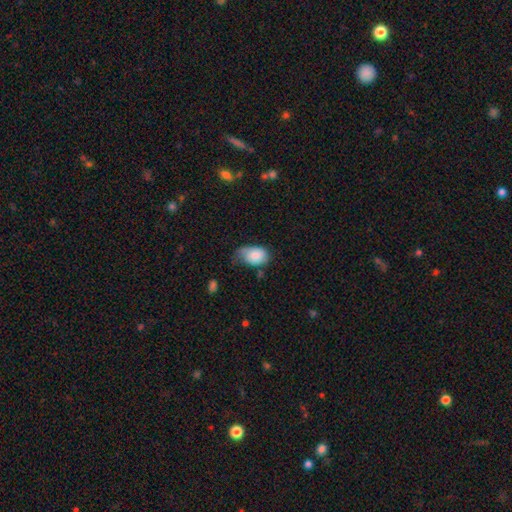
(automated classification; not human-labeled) A smooth galaxy with no disk features (78%) that is in between round and cigar-shaped (85%).

Vote fractions:
- Smooth or featured? smooth: 78% / featured or disk: 15% / star or artifact: 7%
- How rounded? in between: 85% / round: 14% / cigar-shaped: 1%
- Merging? minor disturbance: 44% / none: 30% / major disturbance: 22% / merger: 4%